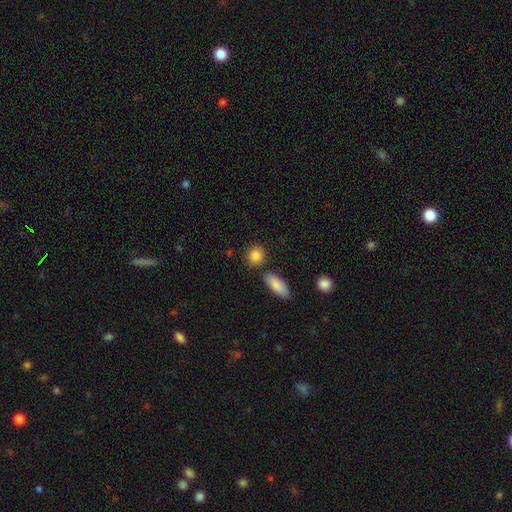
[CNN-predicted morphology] A smooth galaxy with no disk features (87%) that is round (68%). Merging: none (78%).